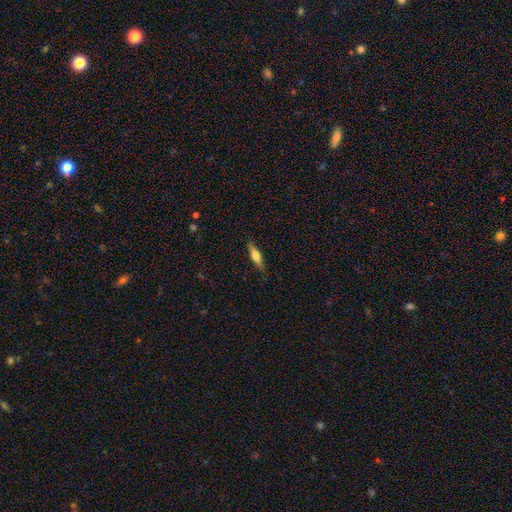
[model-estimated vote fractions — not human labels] smooth 50%, featured or disk 43%, star or artifact 7%. Down the decision tree: how rounded — cigar-shaped (67%); merging — none (82%).